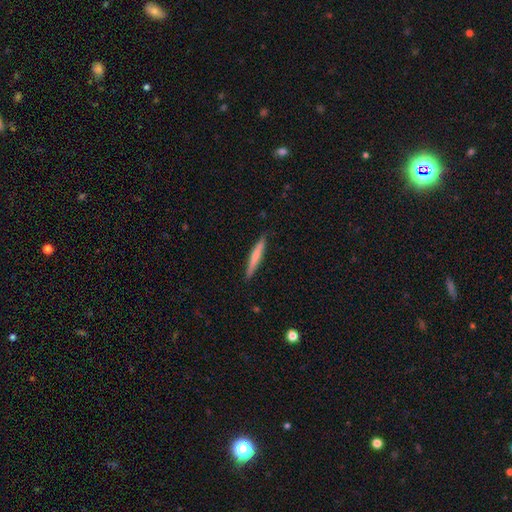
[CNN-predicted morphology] type=smooth (64%); roundness=cigar-shaped (95%); merging=none (90%).